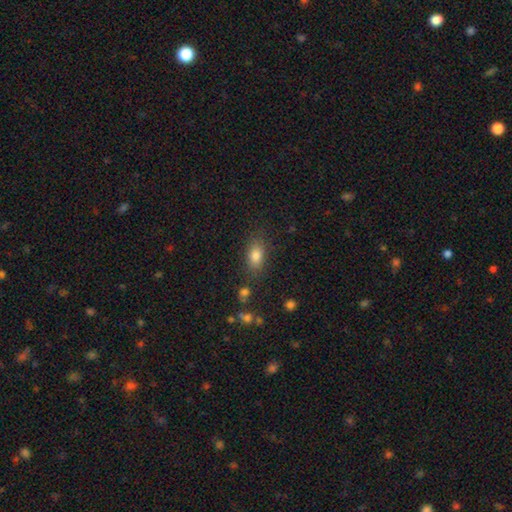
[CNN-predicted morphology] The model was most divided on "merging": none: 80%, minor disturbance: 13%, major disturbance: 4%, merger: 3%. More confident: how rounded — in between (82%); smooth or featured — smooth (80%).